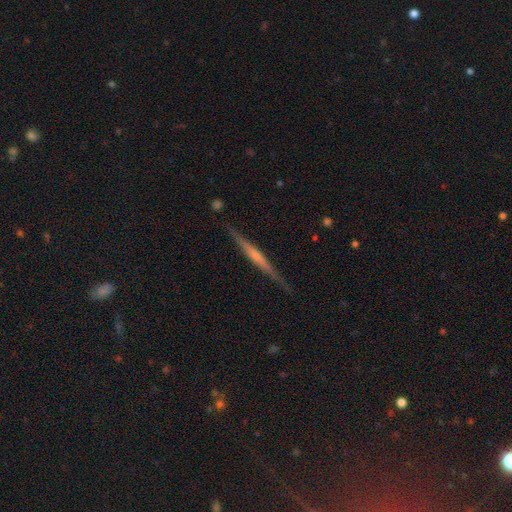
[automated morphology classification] smooth_or_featured: featured or disk (p=0.69) [alt: smooth p=0.25]
disk_edge_on: yes (p=0.98) [alt: no p=0.02]
edge_on_bulge: none (p=0.49) [alt: rounded p=0.35]
merging: none (p=0.87) [alt: minor disturbance p=0.10]